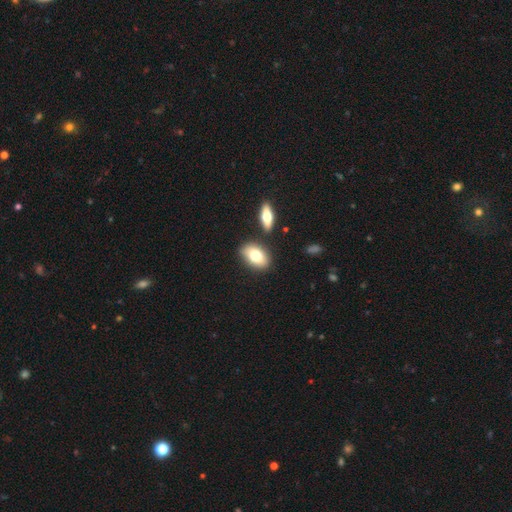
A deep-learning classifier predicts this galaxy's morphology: smooth 74%, featured or disk 18%, star or artifact 7%. Down the decision tree: how rounded — in between (88%); merging — none (76%).